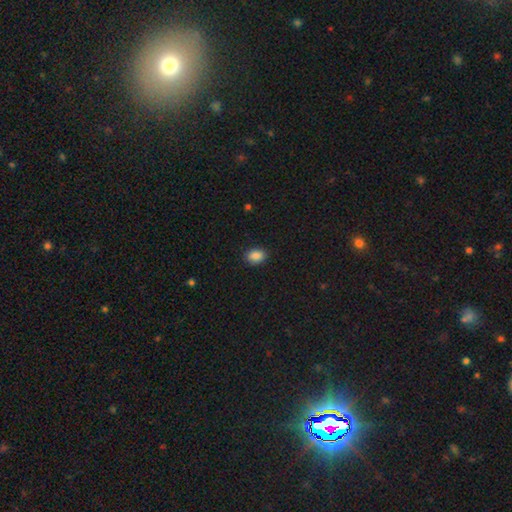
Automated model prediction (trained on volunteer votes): Smooth or featured?
  - smooth: 88% *
  - star or artifact: 9%
  - featured or disk: 3%
How rounded?
  - in between: 72% *
  - round: 27%
  - cigar-shaped: 1%
Merging?
  - none: 87% *
  - minor disturbance: 10%
  - major disturbance: 2%
  - merger: 1%